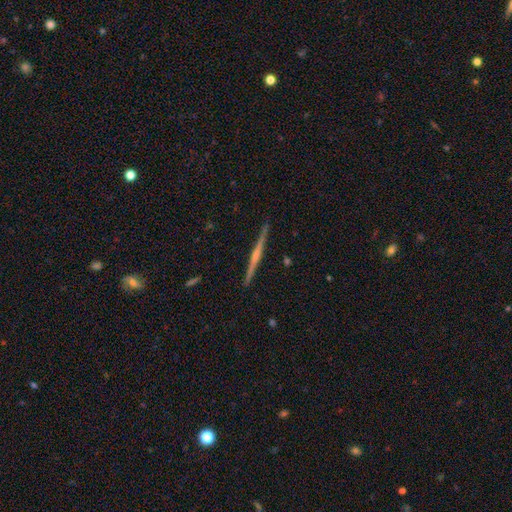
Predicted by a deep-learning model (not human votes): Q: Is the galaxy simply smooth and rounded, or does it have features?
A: featured or disk — 79%.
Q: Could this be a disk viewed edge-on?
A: yes — 99%.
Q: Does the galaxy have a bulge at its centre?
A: rounded — 66%.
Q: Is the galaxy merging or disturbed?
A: none — 92%.